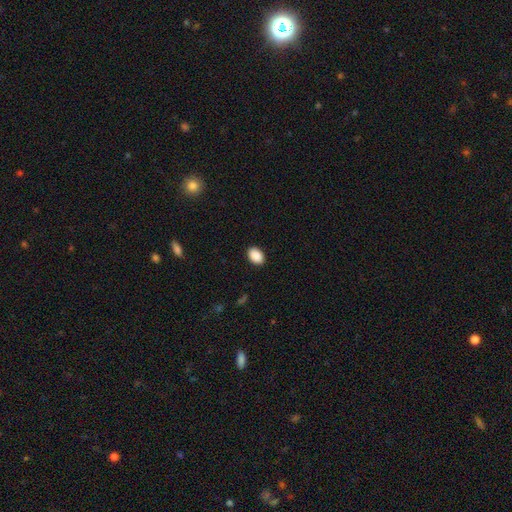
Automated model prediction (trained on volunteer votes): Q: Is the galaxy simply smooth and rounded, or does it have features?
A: smooth — 90%.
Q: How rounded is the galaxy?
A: in between — 83%.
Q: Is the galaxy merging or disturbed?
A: none — 90%.